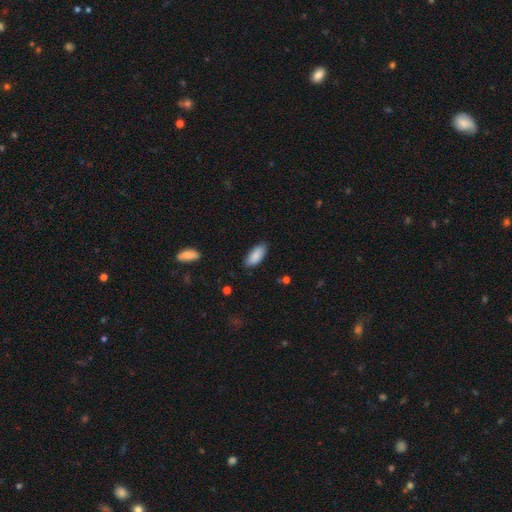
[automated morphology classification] smooth 88%, star or artifact 6%, featured or disk 6%. Down the decision tree: how rounded — in between (86%); merging — none (84%).